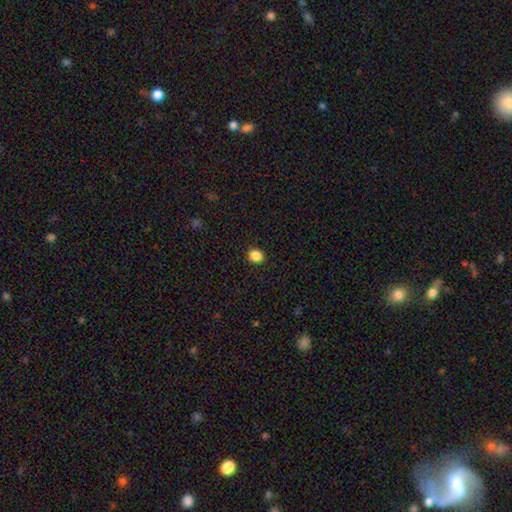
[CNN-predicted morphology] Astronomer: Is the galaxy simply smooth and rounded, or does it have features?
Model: smooth — 87%.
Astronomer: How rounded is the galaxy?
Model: round — 61% (runner-up: in between, 38%).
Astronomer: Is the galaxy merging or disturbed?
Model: none — 91%.